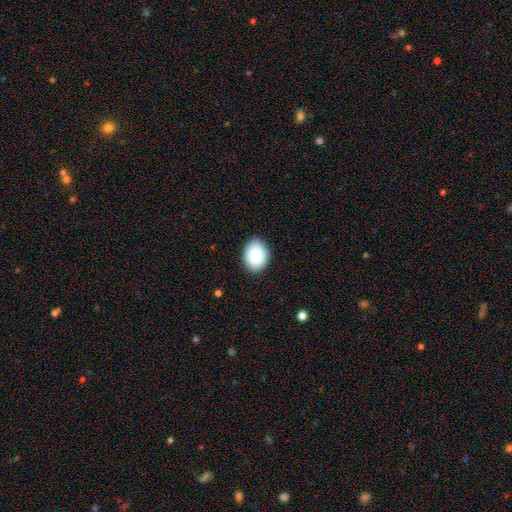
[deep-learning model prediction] The model was most divided on "how rounded": in between: 68%, round: 31%, cigar-shaped: 1%. More confident: merging — none (88%); smooth or featured — smooth (87%).